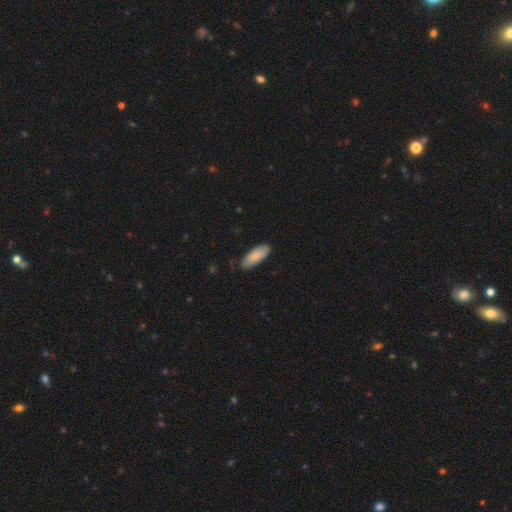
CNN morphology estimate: Q: Smooth or featured?
A: smooth (82%); runner-up: featured or disk (12%)
Q: How rounded?
A: in between (74%); runner-up: cigar-shaped (24%)
Q: Merging?
A: none (80%); runner-up: minor disturbance (16%)